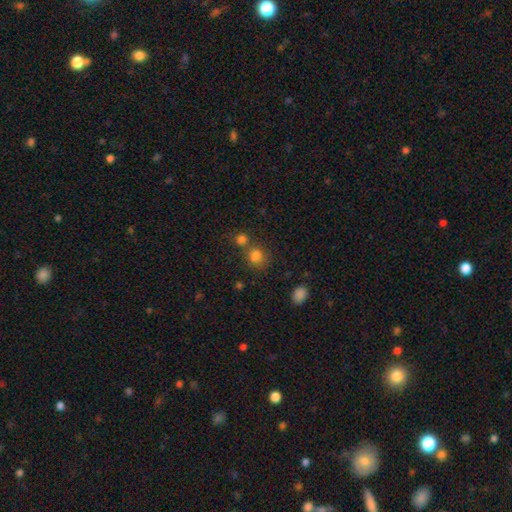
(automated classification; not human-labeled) The model was most divided on "merging": none: 52%, merger: 31%, minor disturbance: 12%, major disturbance: 6%. More confident: smooth or featured — smooth (78%); how rounded — round (70%).